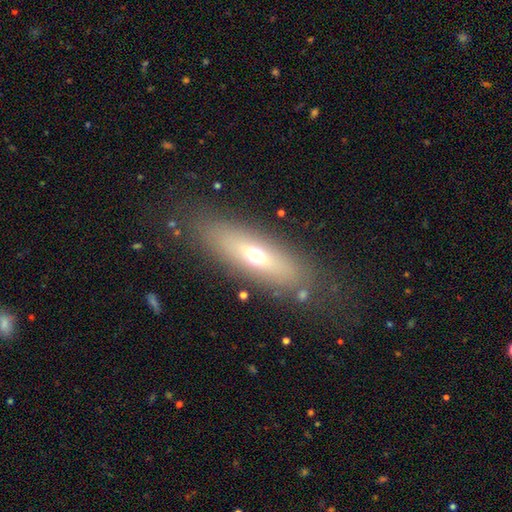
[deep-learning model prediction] Smooth or featured? smooth (55%)
How rounded? cigar-shaped (48%, tied with in between)
Merging? none (81%)